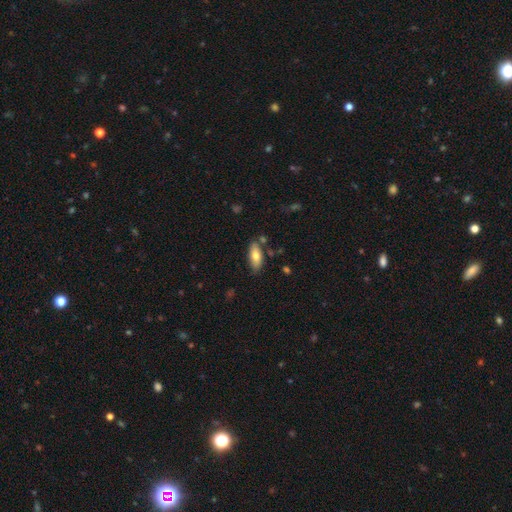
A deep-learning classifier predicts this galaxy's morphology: smooth-or-featured: smooth: 74% | featured or disk: 19% | star or artifact: 7%
  how-rounded: in between: 83% | cigar-shaped: 14% | round: 2%
  merging: none: 74% | minor disturbance: 17% | merger: 6% | major disturbance: 3%